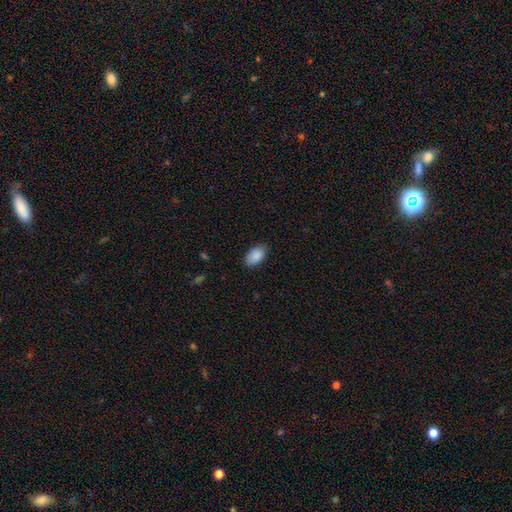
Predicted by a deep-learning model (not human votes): A smooth galaxy with no disk features (90%) that is in between round and cigar-shaped (94%).

Vote fractions:
- Smooth or featured? smooth: 90% / star or artifact: 7% / featured or disk: 4%
- How rounded? in between: 94% / round: 4% / cigar-shaped: 2%
- Merging? none: 85% / minor disturbance: 12% / major disturbance: 2% / merger: 1%